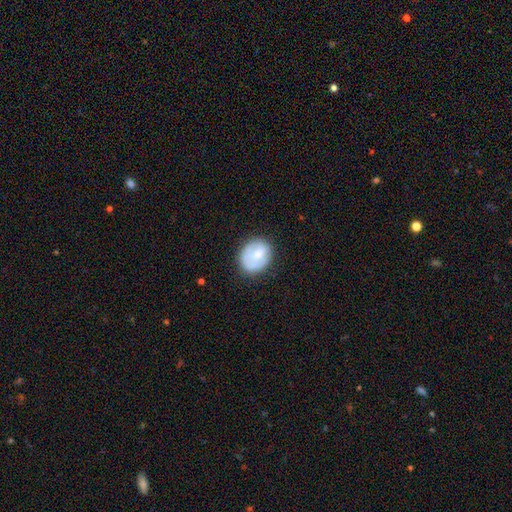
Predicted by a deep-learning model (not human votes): Q: Smooth or featured?
A: smooth (64%); runner-up: featured or disk (30%)
Q: How rounded?
A: round (57%); runner-up: in between (42%)
Q: Merging?
A: none (73%); runner-up: minor disturbance (19%)